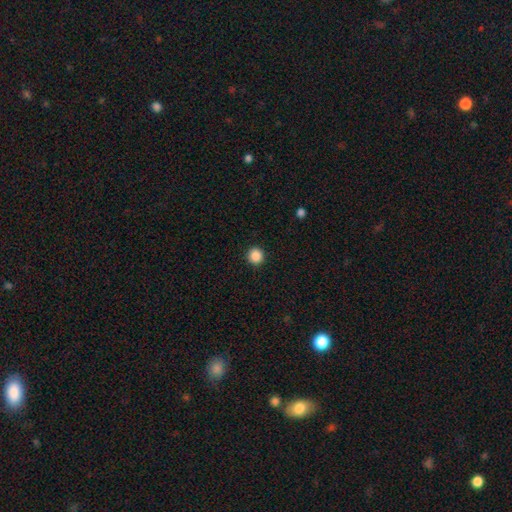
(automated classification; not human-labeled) smooth 88%, star or artifact 10%, featured or disk 2%. Down the decision tree: how rounded — round (95%); merging — none (93%).